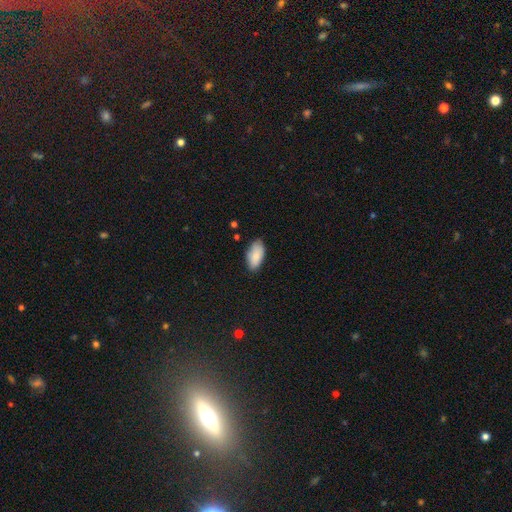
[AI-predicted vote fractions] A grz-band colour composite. It shows a smooth galaxy with no disk features (84%) that is in between round and cigar-shaped (93%). Merging: none (78%).